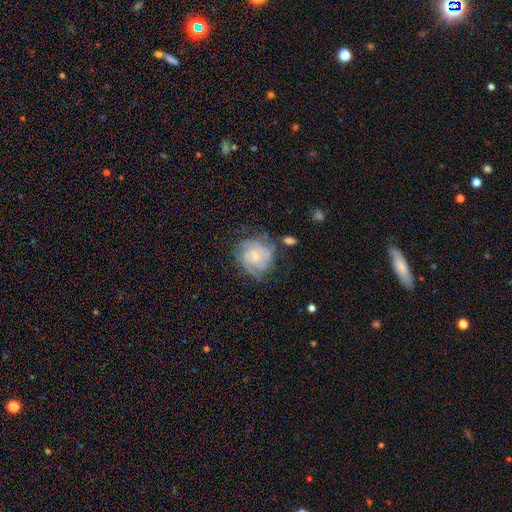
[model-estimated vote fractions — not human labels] Smooth or featured? featured or disk (76%)
Edge-on disk? no (98%)
Bar? no (60%)
Spiral arms? yes (92%)
Spiral winding? tight (56%)
Spiral arm count? can't tell (32%)
Bulge size? small (63%)
Merging? none (58%)